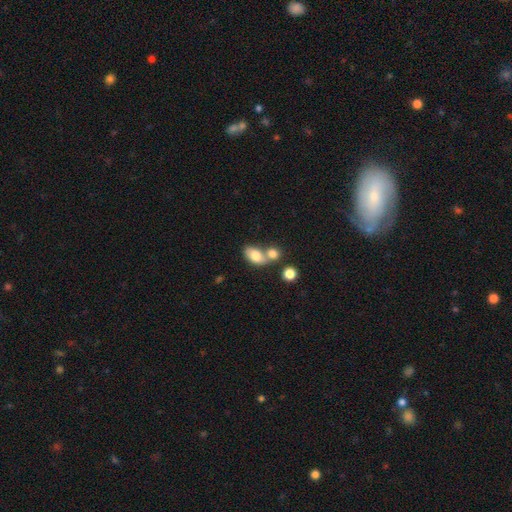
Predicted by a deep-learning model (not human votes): Morphology: type=smooth (78%); roundness=in between (83%); merging=merger (52%).